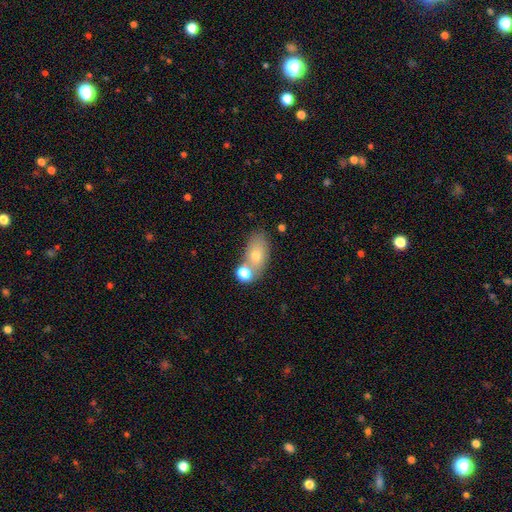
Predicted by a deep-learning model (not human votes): smooth-or-featured: smooth: 69% | featured or disk: 21% | star or artifact: 10%
  how-rounded: in between: 85% | round: 12% | cigar-shaped: 4%
  merging: none: 56% | merger: 27% | minor disturbance: 13% | major disturbance: 5%